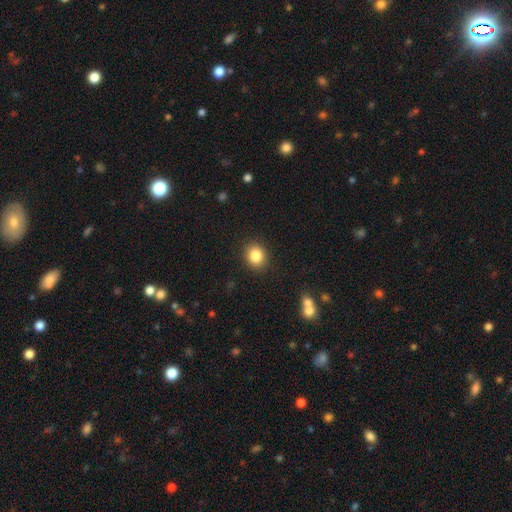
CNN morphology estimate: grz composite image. It shows a smooth galaxy with no disk features (84%) that is round (68%). Merging: none (90%).